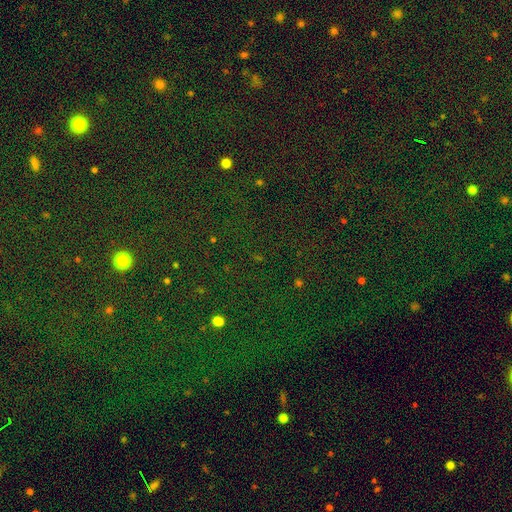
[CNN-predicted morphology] Smooth or featured? Predicted: star or artifact (p=0.82).